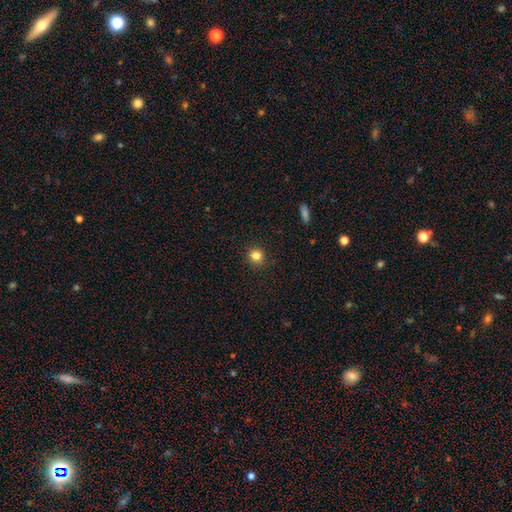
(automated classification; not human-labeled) This appears to be a smooth galaxy with no disk features (83%) that is round (89%). Merging: none (91%).